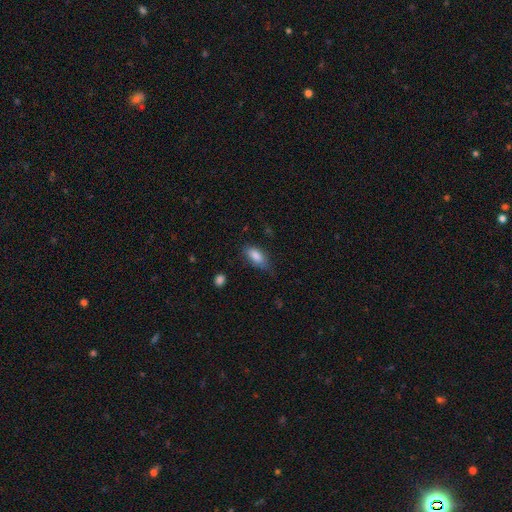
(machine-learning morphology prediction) Smooth or featured?
  - smooth: 83% *
  - featured or disk: 10%
  - star or artifact: 7%
How rounded?
  - in between: 87% *
  - cigar-shaped: 10%
  - round: 3%
Merging?
  - none: 60% *
  - minor disturbance: 30%
  - major disturbance: 9%
  - merger: 2%